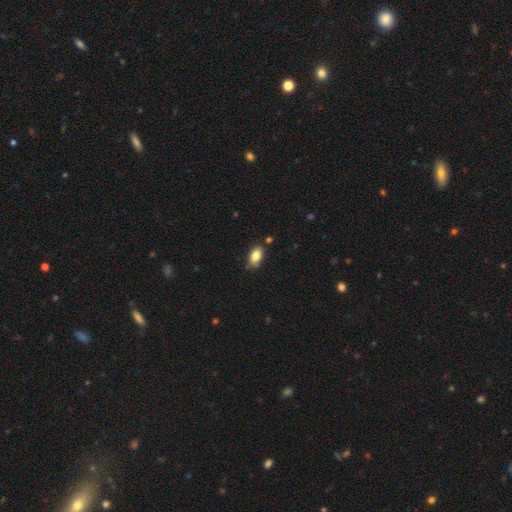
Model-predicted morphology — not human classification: The model was most divided on "merging": none: 78%, minor disturbance: 17%, merger: 3%, major disturbance: 3%. More confident: how rounded — in between (91%); smooth or featured — smooth (83%).